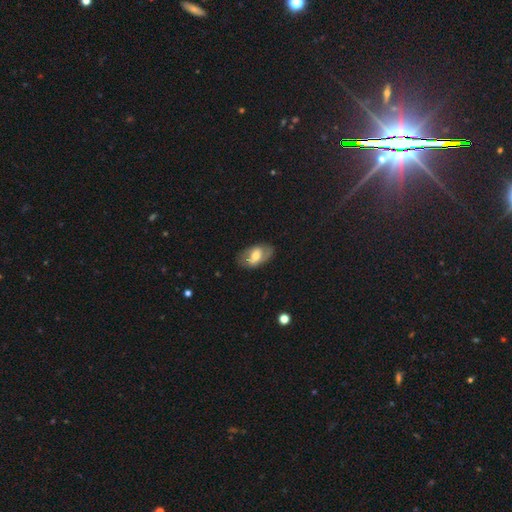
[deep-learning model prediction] Smooth or featured? featured or disk (47%)
Merging? none (76%)